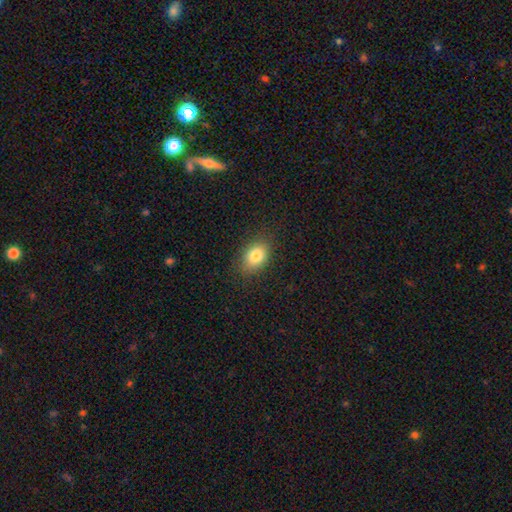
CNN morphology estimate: This is clearly a smooth galaxy (82%). How rounded: clearly in between (82%). Merging: clearly none (86%).